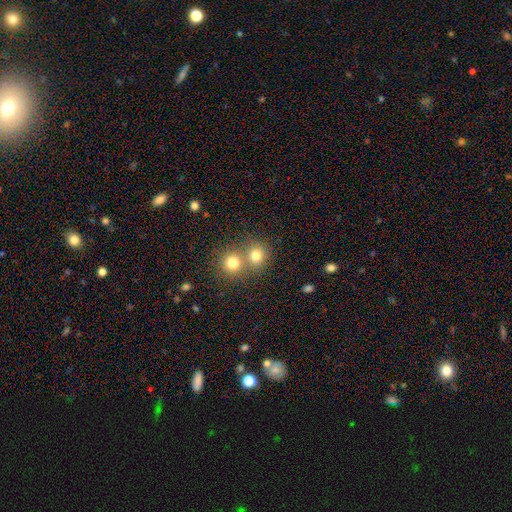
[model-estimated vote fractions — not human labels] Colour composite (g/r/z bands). It shows a smooth galaxy with no disk features (78%) that is round (86%). Merging: none (47%).